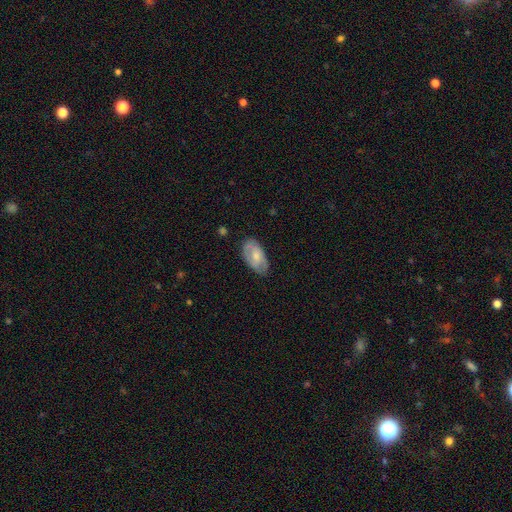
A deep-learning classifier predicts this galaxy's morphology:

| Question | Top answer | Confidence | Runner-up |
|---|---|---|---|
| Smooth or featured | smooth | 49% | featured or disk (45%) |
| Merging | none | 74% | minor disturbance (20%) |